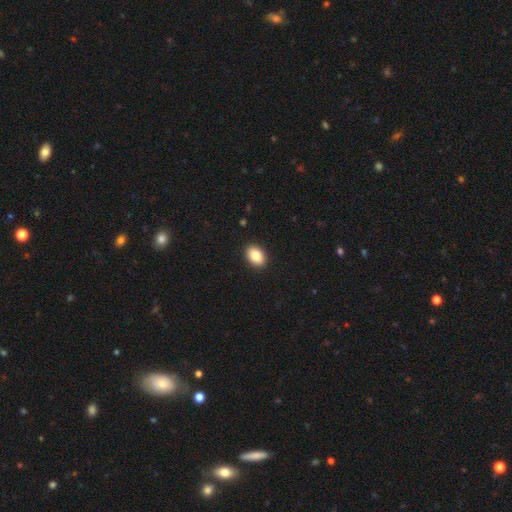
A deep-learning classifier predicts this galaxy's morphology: smooth-or-featured: smooth: 87% | star or artifact: 7% | featured or disk: 5%
  how-rounded: in between: 85% | round: 14% | cigar-shaped: 1%
  merging: none: 91% | minor disturbance: 6% | major disturbance: 2% | merger: 1%